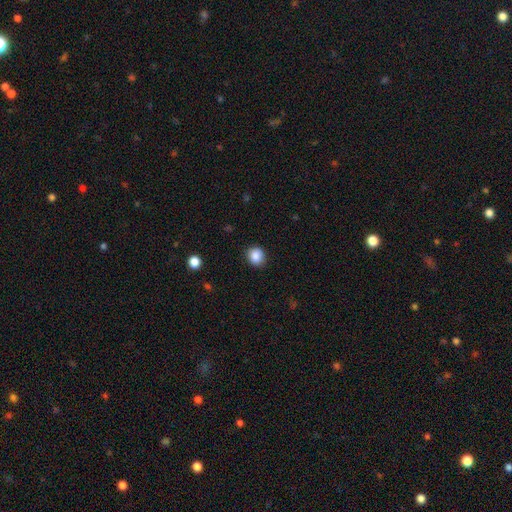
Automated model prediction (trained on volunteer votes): Smooth or featured? Predicted: smooth (p=0.87). How rounded? Predicted: round (p=0.79). Merging? Predicted: none (p=0.88).